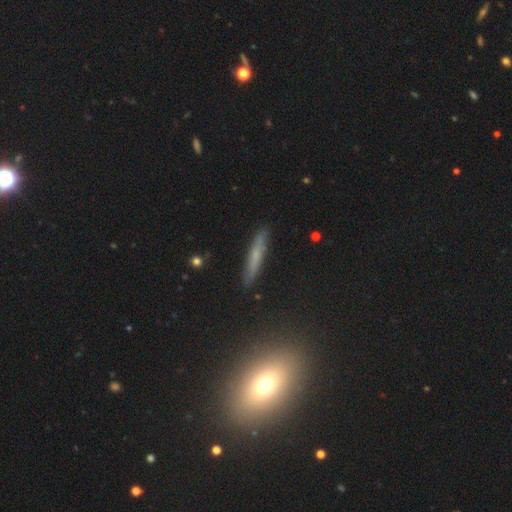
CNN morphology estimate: Smooth or featured? Predicted: smooth (p=0.53). How rounded? Predicted: cigar-shaped (p=0.91). Merging? Predicted: none (p=0.87).